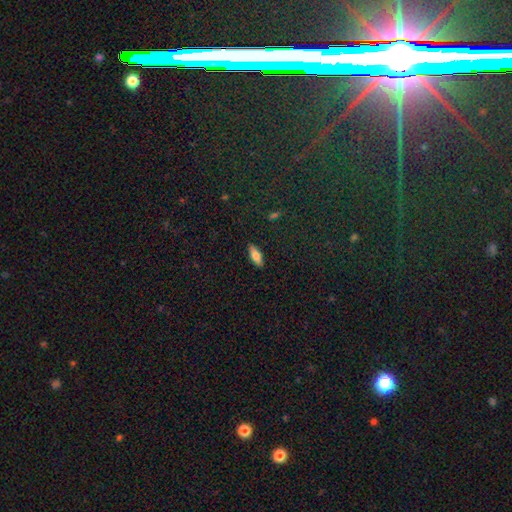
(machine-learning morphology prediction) This is likely a smooth galaxy (74%). How rounded: likely in between (71%). Merging: clearly none (89%).